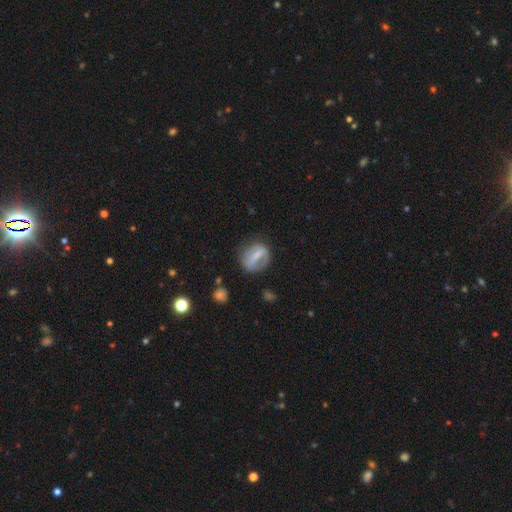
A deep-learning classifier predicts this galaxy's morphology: The model was most divided on "smooth or featured": smooth: 47%, featured or disk: 45%, star or artifact: 9%. More confident: merging — none (64%).